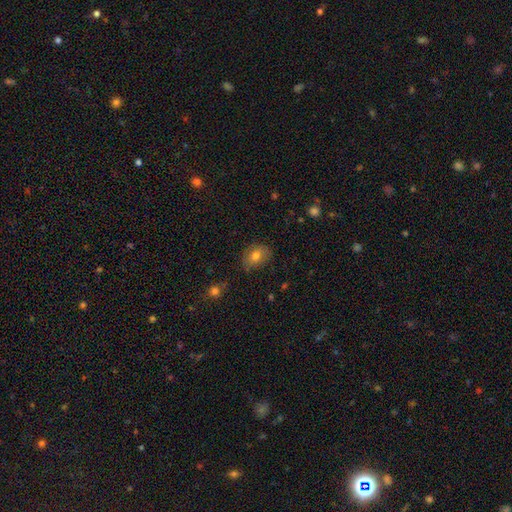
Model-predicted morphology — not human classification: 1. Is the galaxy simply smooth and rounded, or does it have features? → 77% smooth, 13% featured or disk, 10% star or artifact.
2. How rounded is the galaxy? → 69% in between, 30% round, 1% cigar-shaped.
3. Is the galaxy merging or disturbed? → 73% none, 21% minor disturbance, 4% major disturbance, 2% merger.